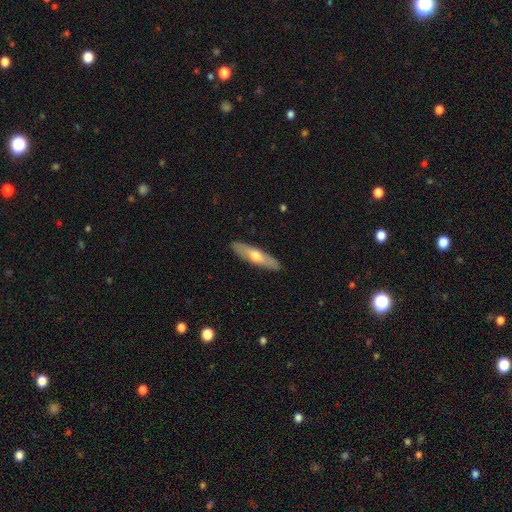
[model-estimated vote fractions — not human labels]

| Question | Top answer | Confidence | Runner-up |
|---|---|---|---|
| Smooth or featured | featured or disk | 48% | smooth (46%) |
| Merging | none | 90% | minor disturbance (8%) |